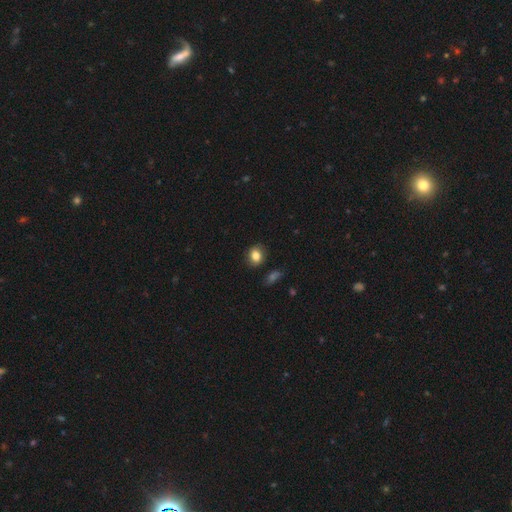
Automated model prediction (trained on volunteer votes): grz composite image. It shows a smooth galaxy with no disk features (82%) that is round (54%). Merging: none (83%).